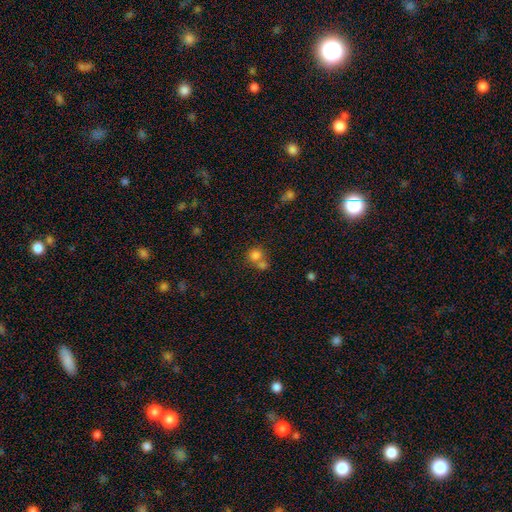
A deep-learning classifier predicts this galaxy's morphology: This appears to be a smooth galaxy with no disk features (78%) that is round (84%). Merging: merger (48%).